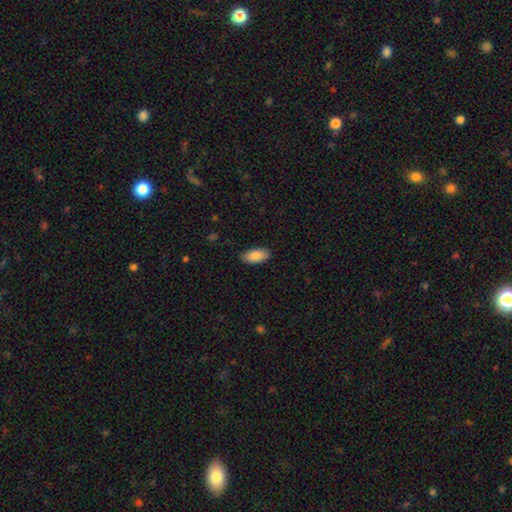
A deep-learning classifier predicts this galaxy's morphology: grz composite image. It shows a smooth galaxy with no disk features (87%) that is in between round and cigar-shaped (93%). Merging: none (87%).